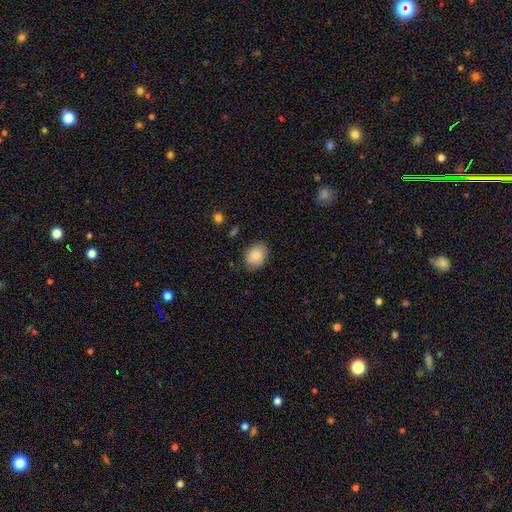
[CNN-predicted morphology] Overall: smooth (83%). How rounded: in between (65%; round 34%). Merging: none (80%).